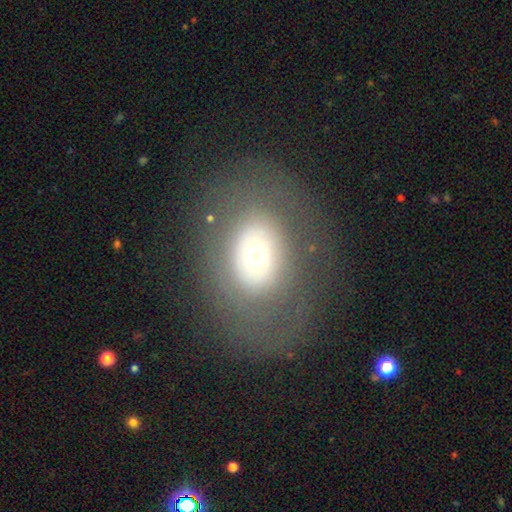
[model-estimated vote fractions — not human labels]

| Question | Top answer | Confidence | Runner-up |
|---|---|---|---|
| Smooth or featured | smooth | 52% | featured or disk (37%) |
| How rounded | in between | 63% | round (36%) |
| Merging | none | 69% | major disturbance (15%) |